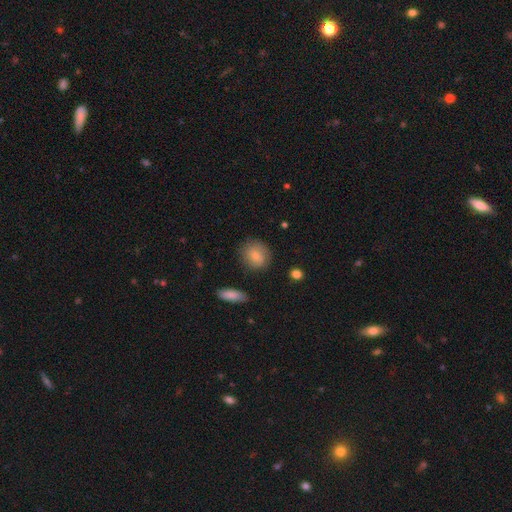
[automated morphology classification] Q: Smooth or featured?
A: smooth (77%); runner-up: featured or disk (16%)
Q: How rounded?
A: round (71%); runner-up: in between (27%)
Q: Merging?
A: none (80%); runner-up: minor disturbance (14%)